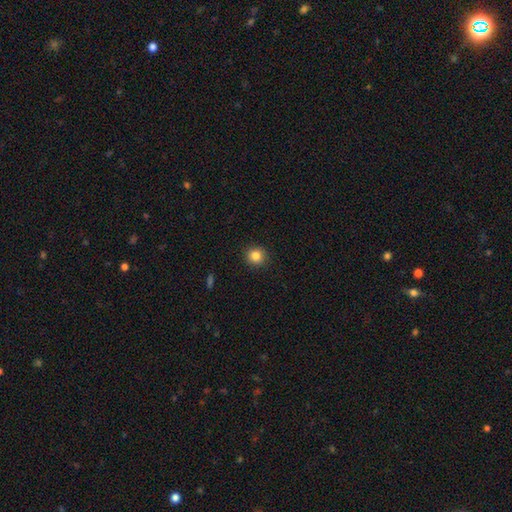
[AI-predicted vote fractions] Smooth or featured? Predicted: smooth (p=0.83). How rounded? Predicted: round (p=0.93). Merging? Predicted: none (p=0.92).